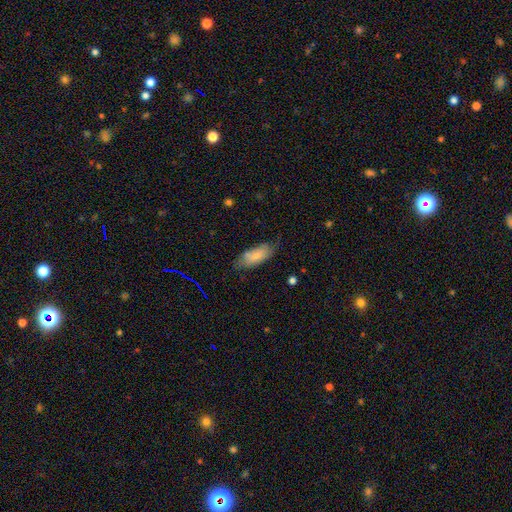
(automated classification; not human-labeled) Q: Smooth or featured?
A: smooth (72%); runner-up: featured or disk (22%)
Q: How rounded?
A: in between (83%); runner-up: cigar-shaped (15%)
Q: Merging?
A: none (60%); runner-up: minor disturbance (28%)